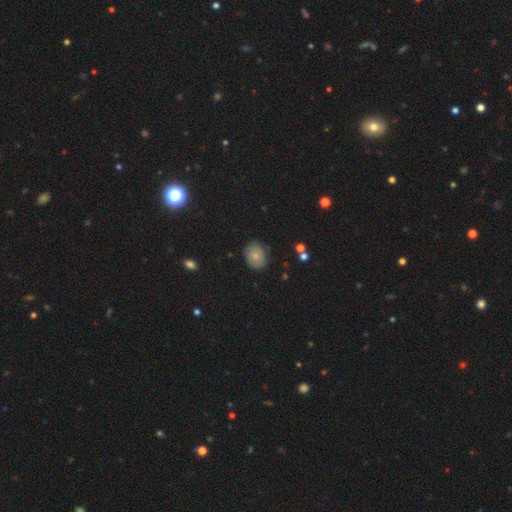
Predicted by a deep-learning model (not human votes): Morphology: type=smooth (63%); roundness=in between (50%); merging=none (75%).